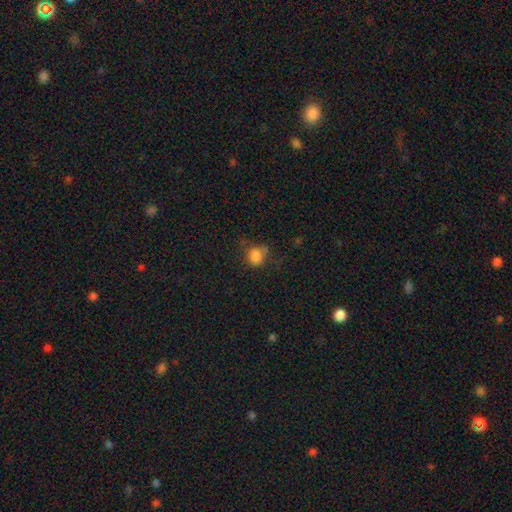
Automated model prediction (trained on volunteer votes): This appears to be a smooth galaxy with no disk features (82%) that is round (62%). Merging: none (54%).